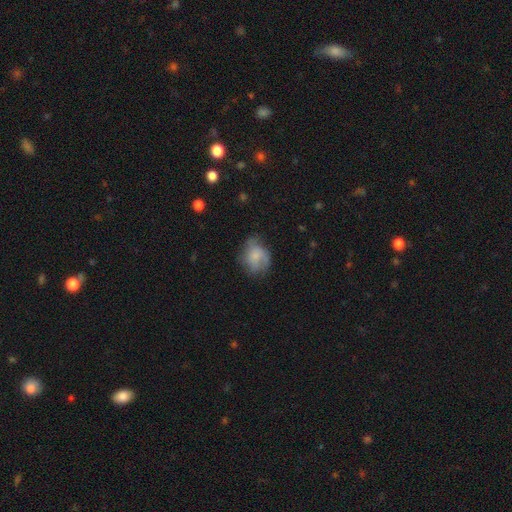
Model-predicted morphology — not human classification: The model was most divided on "how rounded": round: 57%, in between: 42%, cigar-shaped: 1%. More confident: smooth or featured — smooth (60%); merging — none (52%).